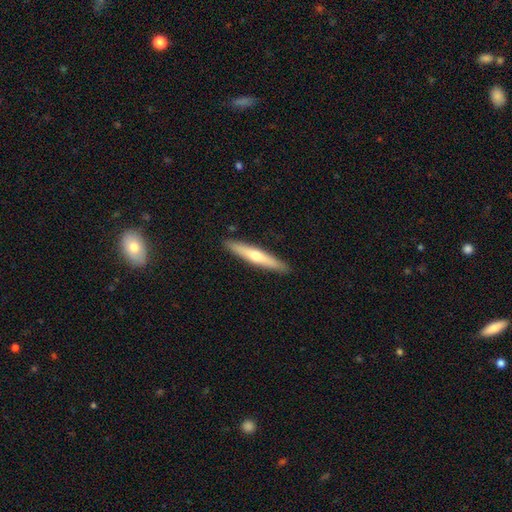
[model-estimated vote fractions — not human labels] Q: Smooth or featured?
A: featured or disk (48%); runner-up: smooth (47%)
Q: Merging?
A: none (91%); runner-up: minor disturbance (7%)